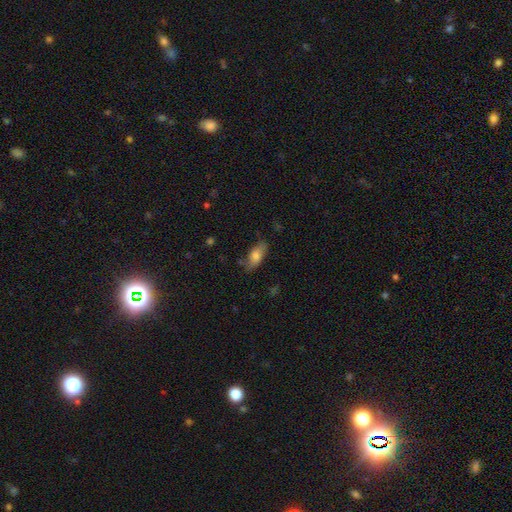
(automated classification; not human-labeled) smooth 74%, featured or disk 18%, star or artifact 7%. Down the decision tree: how rounded — in between (81%); merging — none (70%).